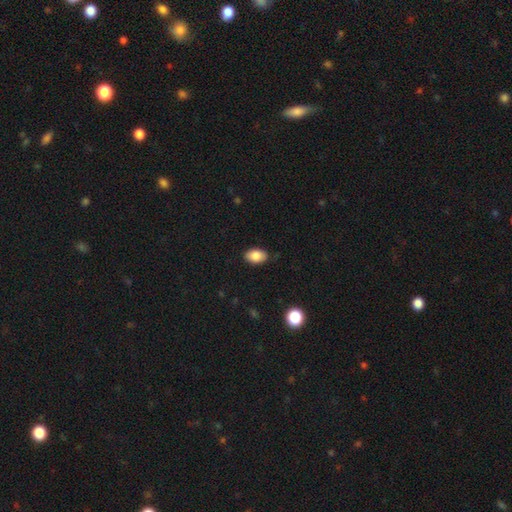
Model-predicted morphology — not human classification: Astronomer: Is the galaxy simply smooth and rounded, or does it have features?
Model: smooth — 86%.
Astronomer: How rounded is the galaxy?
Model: in between — 89%.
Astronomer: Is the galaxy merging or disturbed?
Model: none — 84%.